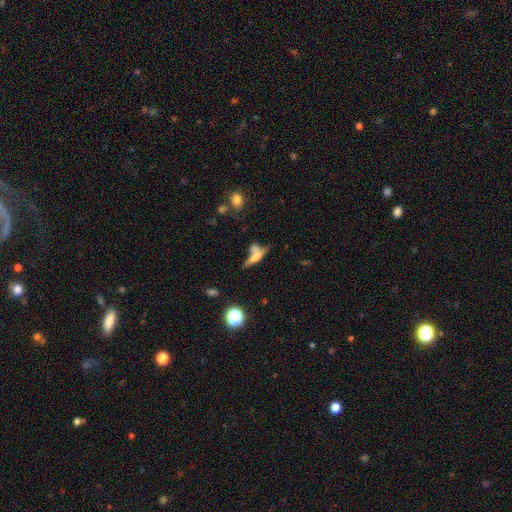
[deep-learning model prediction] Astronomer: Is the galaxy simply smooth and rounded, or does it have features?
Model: smooth — 45% (runner-up: featured or disk, 42%).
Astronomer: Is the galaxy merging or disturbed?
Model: merger — 37% (runner-up: none, 35%).